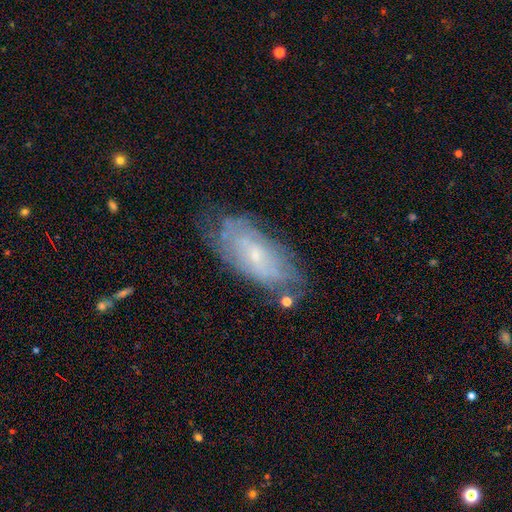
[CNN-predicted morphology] This appears to be a featured or disk galaxy (60%) with no bar (69%), spiral arms (67%) and a small central bulge (75%). Merging: none (63%).